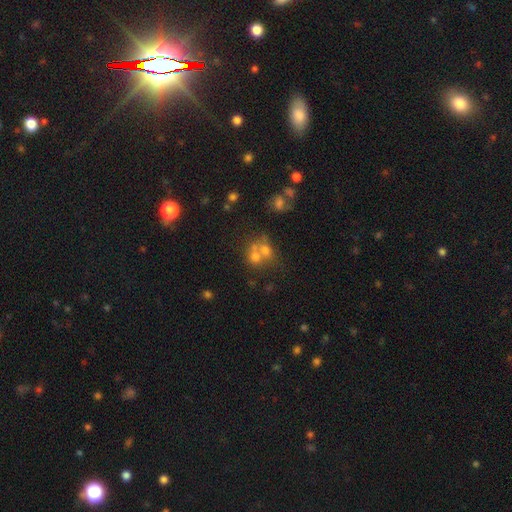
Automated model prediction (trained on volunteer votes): This appears to be a smooth galaxy with no disk features (56%) that is round (66%). Merging: merger (58%).